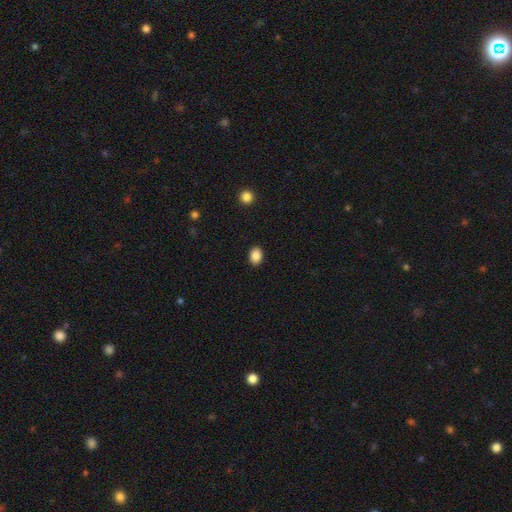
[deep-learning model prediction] A smooth galaxy with no disk features (88%) that is in between round and cigar-shaped (66%). Merging: none (90%).